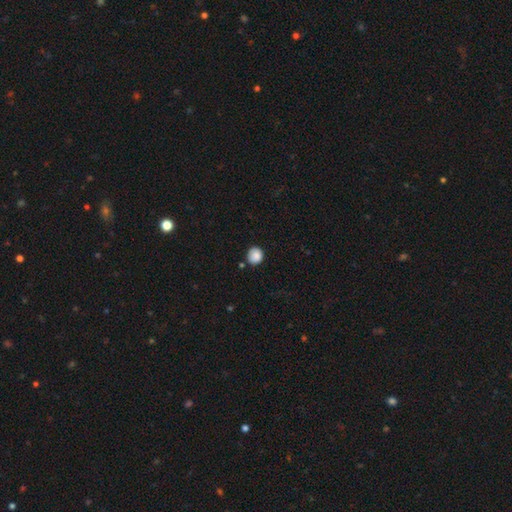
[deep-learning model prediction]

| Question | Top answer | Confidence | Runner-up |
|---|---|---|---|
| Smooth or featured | smooth | 87% | star or artifact (9%) |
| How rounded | round | 81% | in between (18%) |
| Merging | none | 80% | minor disturbance (14%) |